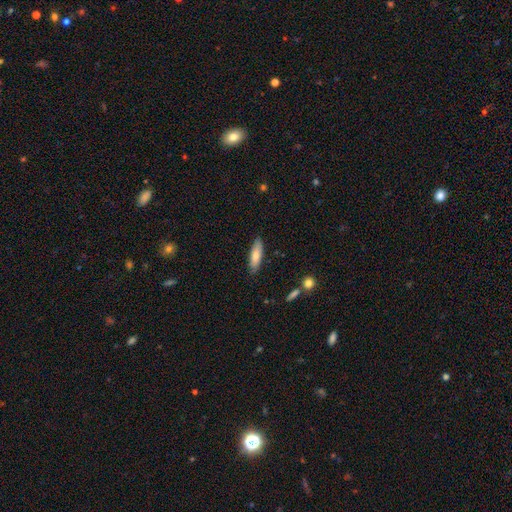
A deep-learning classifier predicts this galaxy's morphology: smooth_or_featured: smooth (p=0.74) [alt: featured or disk p=0.20]
how_rounded: cigar-shaped (p=0.56) [alt: in between p=0.43]
merging: none (p=0.86) [alt: minor disturbance p=0.11]